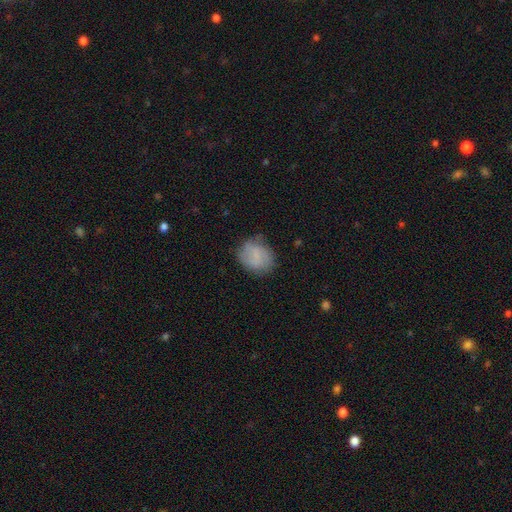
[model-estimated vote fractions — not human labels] A smooth galaxy with no disk features (69%) that is round (61%). Merging: none (67%).